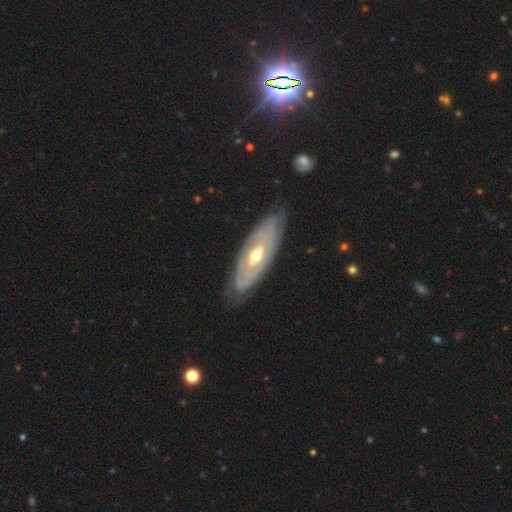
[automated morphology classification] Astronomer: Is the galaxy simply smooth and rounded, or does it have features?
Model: featured or disk — 74%.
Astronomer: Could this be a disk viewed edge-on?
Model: no — 79%.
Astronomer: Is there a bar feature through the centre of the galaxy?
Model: no — 64%.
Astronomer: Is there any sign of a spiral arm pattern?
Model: yes — 53% (runner-up: no, 47%).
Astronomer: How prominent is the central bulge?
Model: moderate — 70%.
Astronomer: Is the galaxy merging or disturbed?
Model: none — 78%.